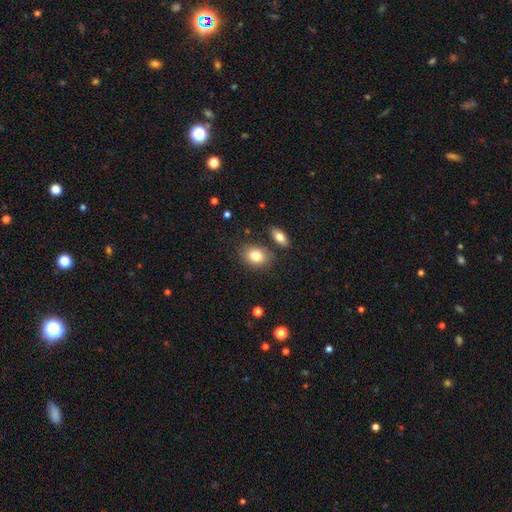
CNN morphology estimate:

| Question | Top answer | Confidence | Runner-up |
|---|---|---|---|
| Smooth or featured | smooth | 82% | featured or disk (10%) |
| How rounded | in between | 68% | round (30%) |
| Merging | none | 75% | minor disturbance (12%) |